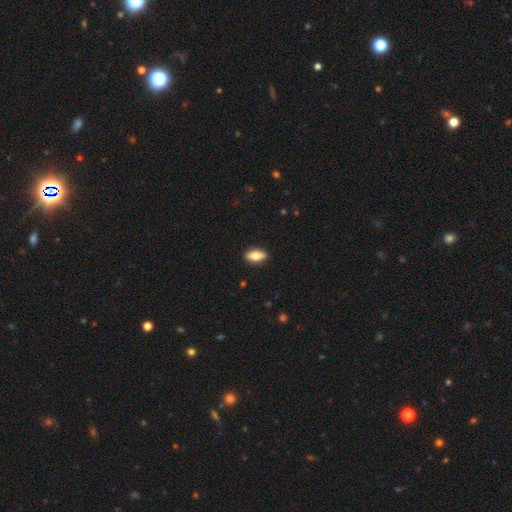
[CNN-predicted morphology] smooth_or_featured: smooth (p=0.72) [alt: featured or disk p=0.22]
how_rounded: in between (p=0.82) [alt: cigar-shaped p=0.14]
merging: none (p=0.89) [alt: minor disturbance p=0.08]